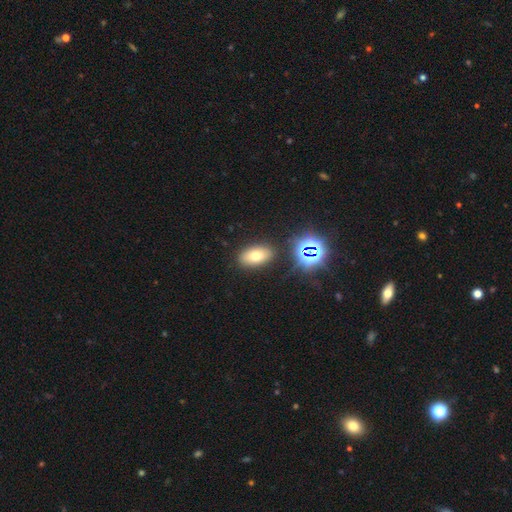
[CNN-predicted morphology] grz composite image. It shows a smooth galaxy with no disk features (68%) that is in between round and cigar-shaped (88%). Merging: none (85%).